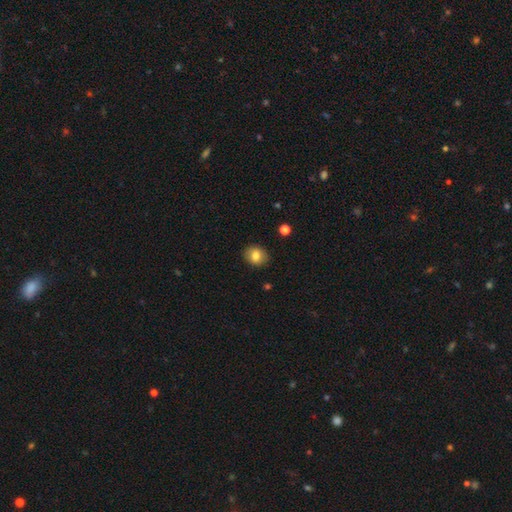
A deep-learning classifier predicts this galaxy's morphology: Smooth or featured?
  - smooth: 81% *
  - featured or disk: 10%
  - star or artifact: 9%
How rounded?
  - round: 62% *
  - in between: 37%
  - cigar-shaped: 1%
Merging?
  - none: 87% *
  - minor disturbance: 9%
  - major disturbance: 2%
  - merger: 1%